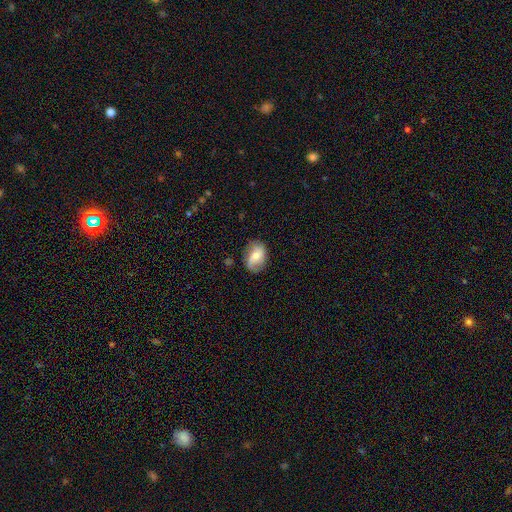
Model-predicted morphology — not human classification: type=featured or disk (47%); merging=none (73%).